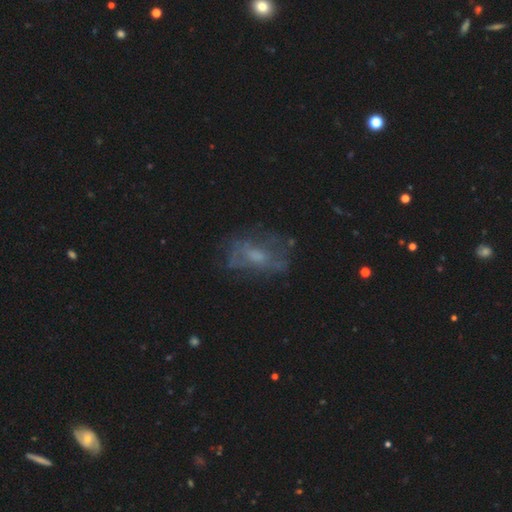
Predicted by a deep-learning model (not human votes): A featured or disk galaxy (53%). Merging: none (56%).